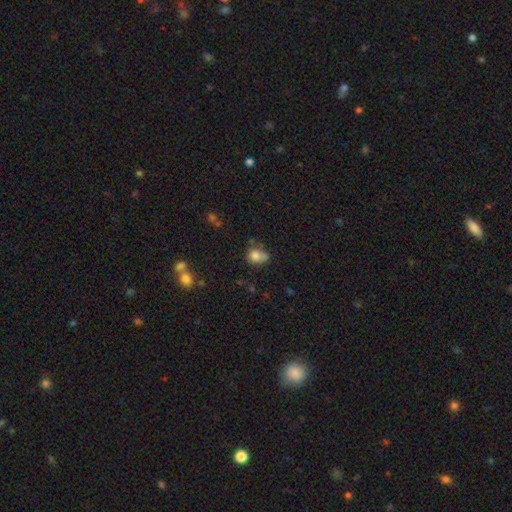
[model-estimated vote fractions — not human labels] A smooth galaxy with no disk features (77%) that is round (61%). Merging: none (43%).